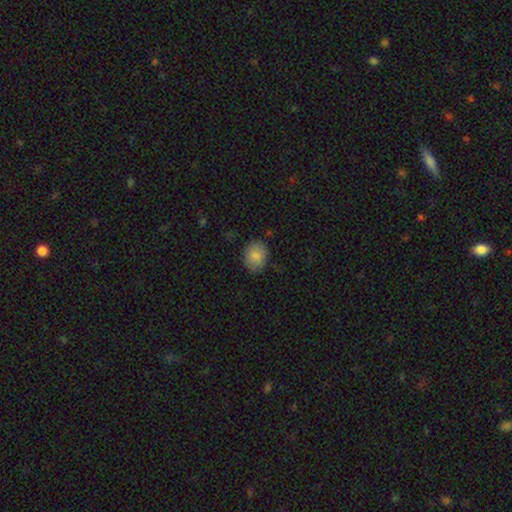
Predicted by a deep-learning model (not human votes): Overall: smooth (85%). How rounded: in between (50%; round 49%). Merging: none (80%).